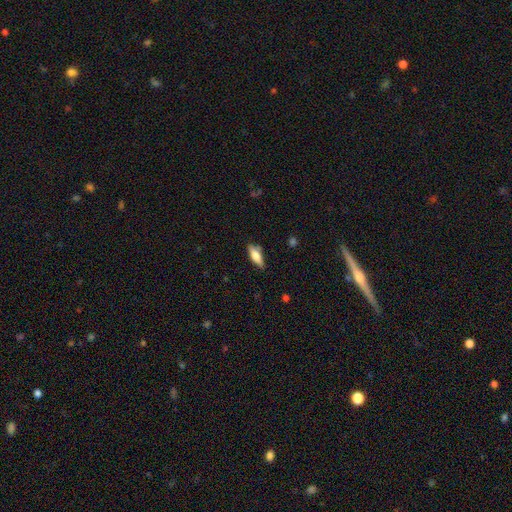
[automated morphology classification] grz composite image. It shows a smooth galaxy with no disk features (69%) that is in between round and cigar-shaped (58%). Merging: none (80%).